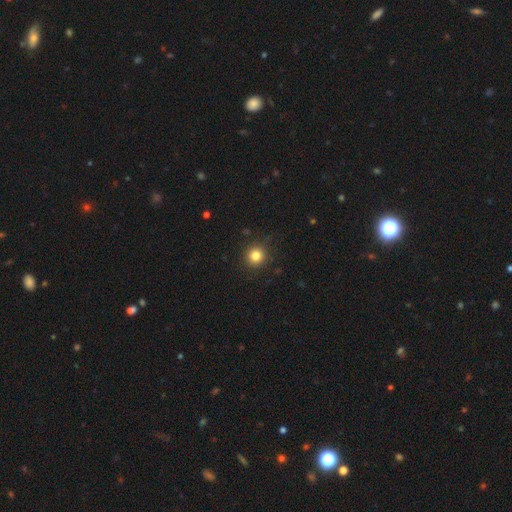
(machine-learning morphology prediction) Smooth or featured?
  - smooth: 82% *
  - star or artifact: 12%
  - featured or disk: 5%
How rounded?
  - round: 93% *
  - in between: 6%
  - cigar-shaped: 1%
Merging?
  - none: 90% *
  - minor disturbance: 7%
  - major disturbance: 2%
  - merger: 1%